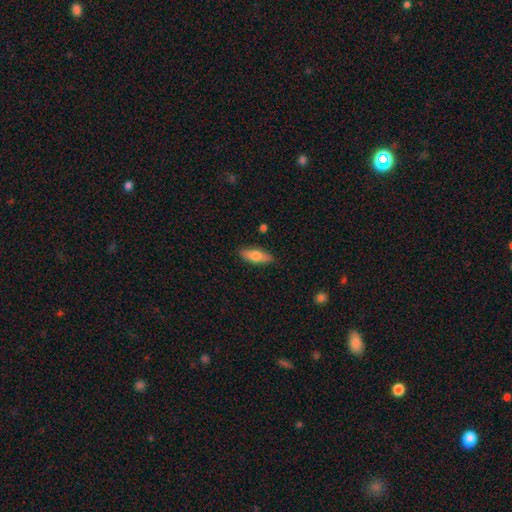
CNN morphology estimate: smooth_or_featured: smooth (p=0.69) [alt: featured or disk p=0.25]
how_rounded: in between (p=0.60) [alt: cigar-shaped p=0.37]
merging: none (p=0.86) [alt: minor disturbance p=0.11]